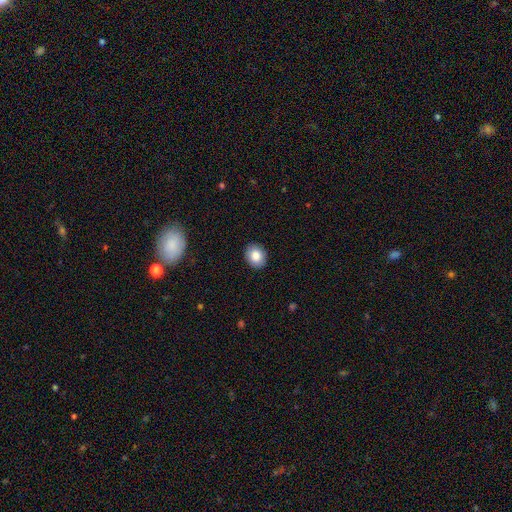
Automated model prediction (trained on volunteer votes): Smooth or featured: smooth — 85% (star or artifact — 8%)
How rounded: in between — 50% (round — 49%)
Merging: none — 90% (minor disturbance — 7%)